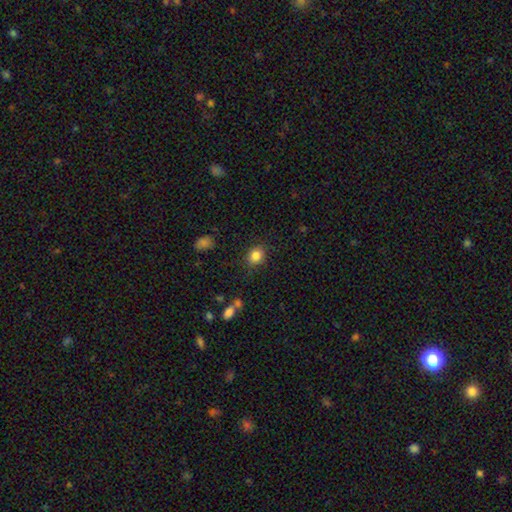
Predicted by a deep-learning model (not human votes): smooth_or_featured: smooth (p=0.85) [alt: star or artifact p=0.10]
how_rounded: round (p=0.66) [alt: in between p=0.33]
merging: none (p=0.79) [alt: minor disturbance p=0.15]